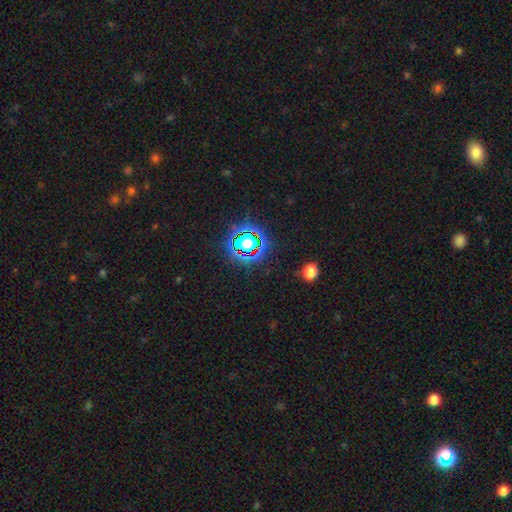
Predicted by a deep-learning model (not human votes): Q: Smooth or featured?
A: star or artifact (80%); runner-up: smooth (12%)